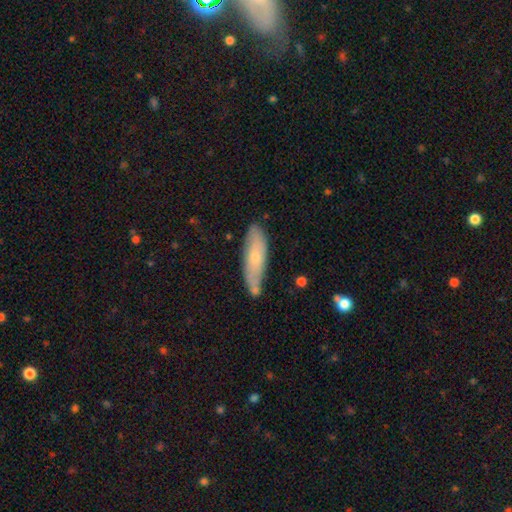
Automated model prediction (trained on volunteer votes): Q: Smooth or featured?
A: smooth (62%); runner-up: featured or disk (32%)
Q: How rounded?
A: cigar-shaped (54%); runner-up: in between (44%)
Q: Merging?
A: none (67%); runner-up: minor disturbance (21%)